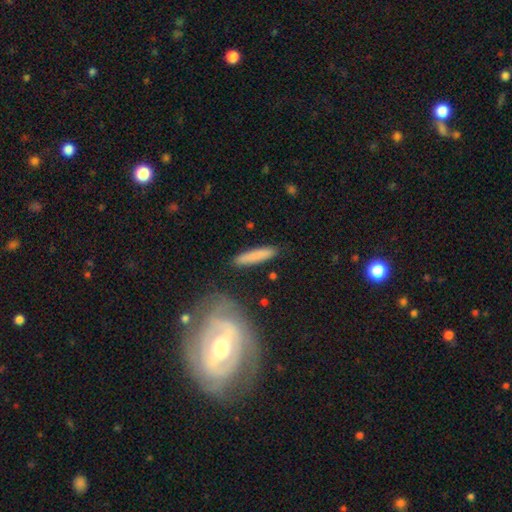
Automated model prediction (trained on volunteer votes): Morphology: type=smooth (80%); roundness=cigar-shaped (88%); merging=none (85%).